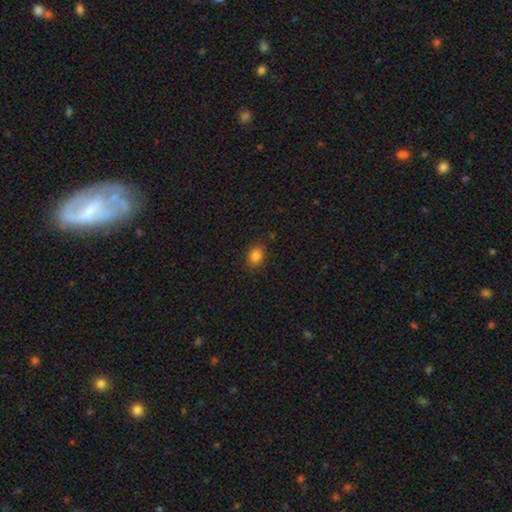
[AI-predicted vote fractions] The model was most divided on "how rounded": in between: 50%, round: 48%, cigar-shaped: 1%. More confident: merging — none (86%); smooth or featured — smooth (84%).